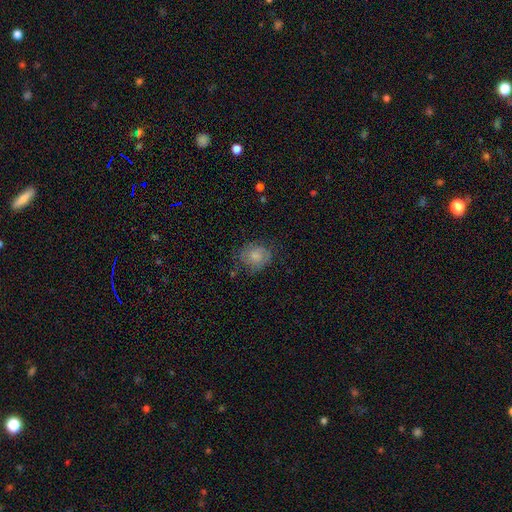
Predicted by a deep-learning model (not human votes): Morphology: type=smooth (60%); roundness=round (64%); merging=none (61%).